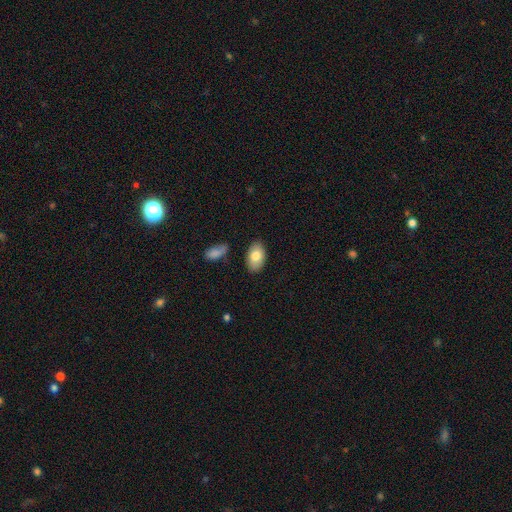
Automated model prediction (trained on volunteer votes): This is likely a smooth galaxy (79%). How rounded: clearly in between (93%). Merging: clearly none (83%).